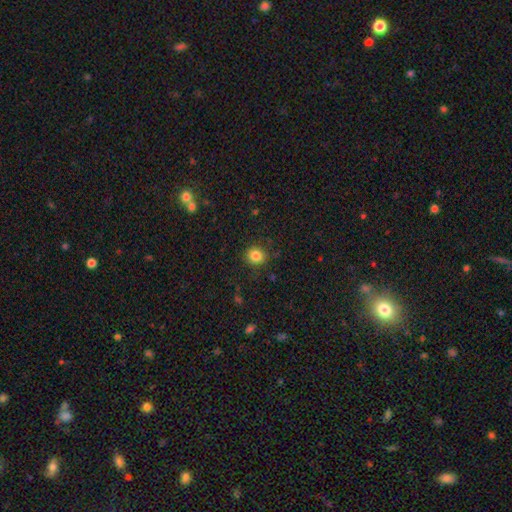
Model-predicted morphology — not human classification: A smooth galaxy with no disk features (83%) that is round (83%).

Vote fractions:
- Smooth or featured? smooth: 83% / star or artifact: 11% / featured or disk: 5%
- How rounded? round: 83% / in between: 16% / cigar-shaped: 1%
- Merging? none: 88% / minor disturbance: 8% / major disturbance: 3% / merger: 1%